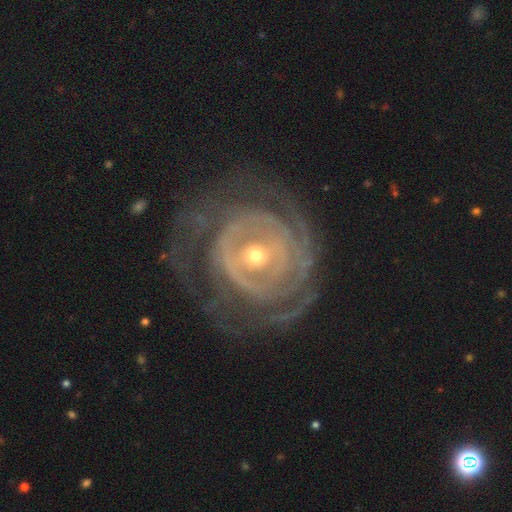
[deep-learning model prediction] The model was most divided on "bar": no: 42%, weak: 34%, strong: 24%. Remaining: edge-on disk — no (96%); spiral arms — yes (86%); smooth or featured — featured or disk (86%); spiral winding — tight (79%); merging — none (68%); bulge size — small (57%); spiral arm count — can't tell (43%).